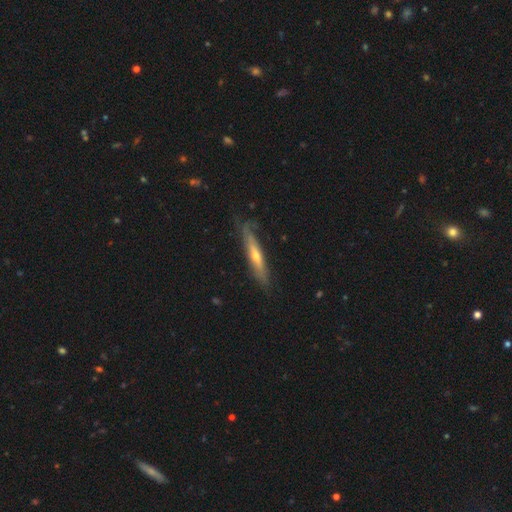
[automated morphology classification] type=featured or disk (63%); edge-on=yes (83%); edge-on bulge=rounded (77%); merging=none (76%).